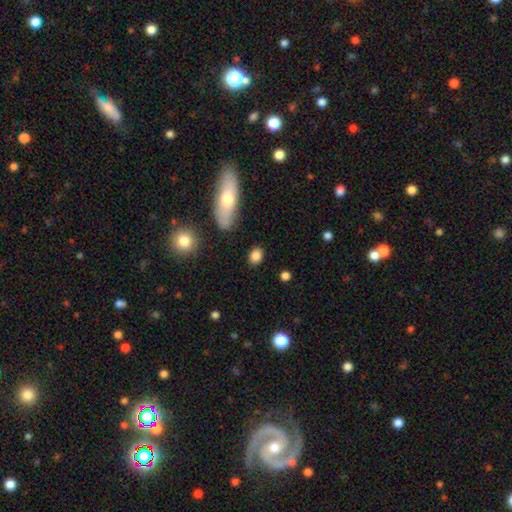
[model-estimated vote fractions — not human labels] Smooth or featured? Predicted: smooth (p=0.85). How rounded? Predicted: in between (p=0.61). Merging? Predicted: none (p=0.85).